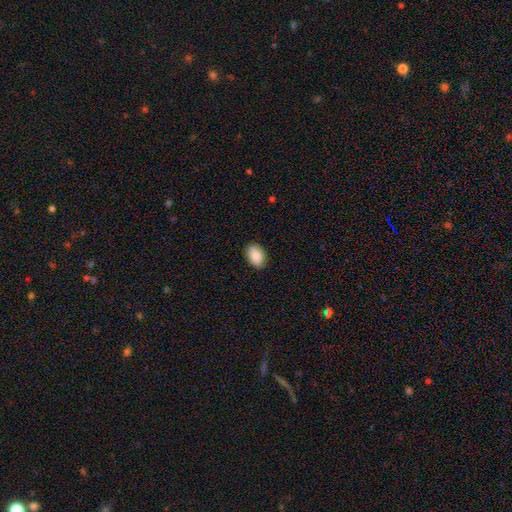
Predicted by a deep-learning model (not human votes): This is clearly a smooth galaxy (85%). How rounded: clearly in between (82%). Merging: clearly none (87%).